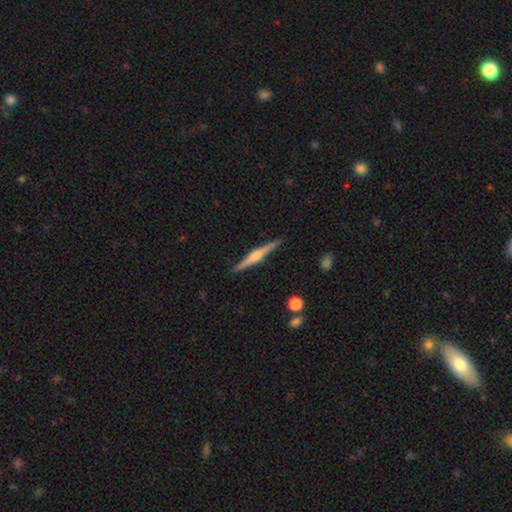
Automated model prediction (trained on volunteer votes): This is likely a featured or disk galaxy (72%). It is clearly viewed edge-on (98%). Edge-on bulge: likely rounded (77%). Merging: clearly none (91%).